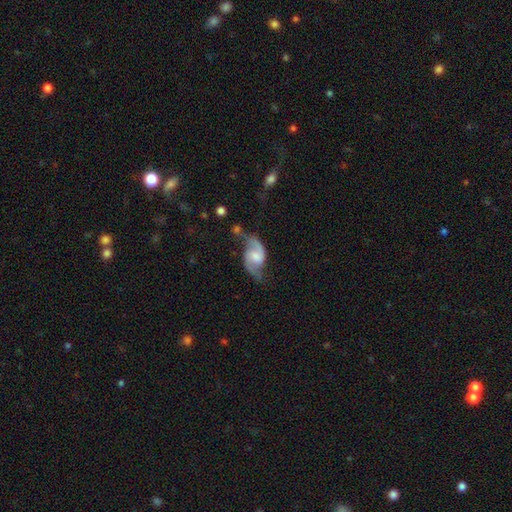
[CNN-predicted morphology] Smooth or featured? featured or disk (82%)
Edge-on disk? no (97%)
Bar? weak (48%)
Spiral arms? yes (95%)
Spiral winding? loose (51%)
Spiral arm count? 2 (91%)
Bulge size? moderate (40%)
Merging? none (53%)